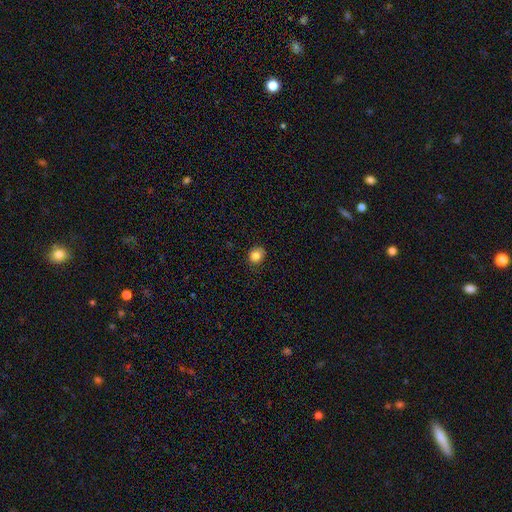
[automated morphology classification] Smooth or featured?
  - smooth: 84% *
  - star or artifact: 11%
  - featured or disk: 5%
How rounded?
  - round: 73% *
  - in between: 26%
  - cigar-shaped: 1%
Merging?
  - none: 82% *
  - minor disturbance: 14%
  - major disturbance: 3%
  - merger: 1%